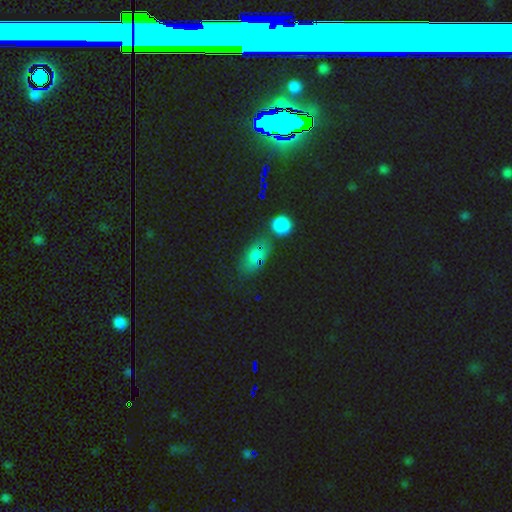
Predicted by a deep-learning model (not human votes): Q: Smooth or featured?
A: smooth (61%); runner-up: star or artifact (27%)
Q: How rounded?
A: in between (79%); runner-up: round (14%)
Q: Merging?
A: none (67%); runner-up: minor disturbance (18%)